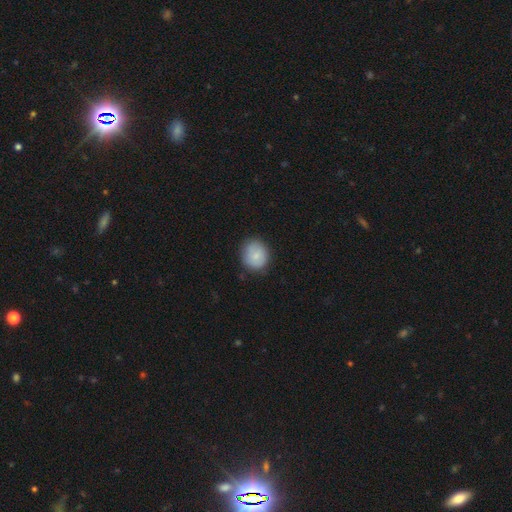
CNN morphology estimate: Smooth or featured: smooth — 82% (featured or disk — 11%)
How rounded: round — 79% (in between — 20%)
Merging: none — 80% (minor disturbance — 16%)